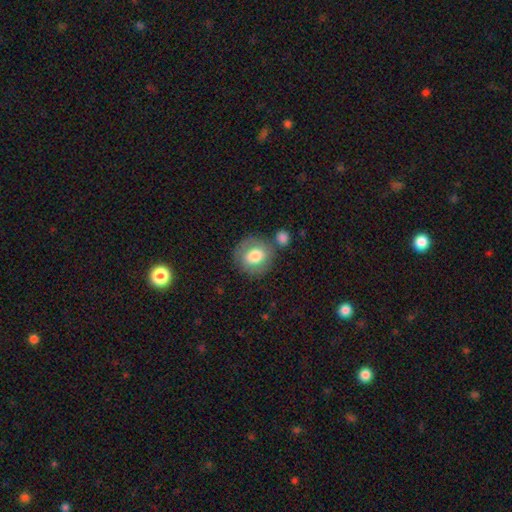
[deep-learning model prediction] smooth 73%, featured or disk 20%, star or artifact 7%. Down the decision tree: how rounded — round (81%); merging — none (68%).